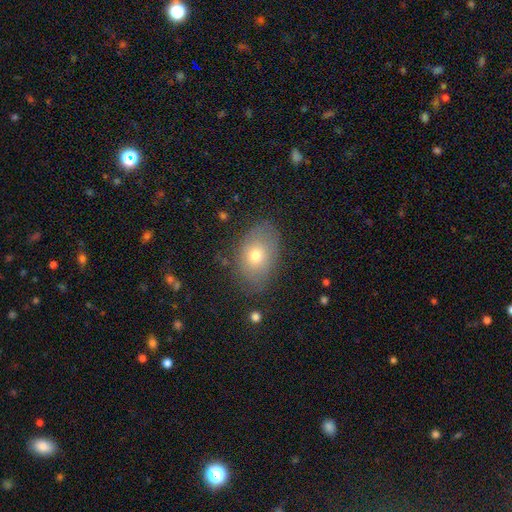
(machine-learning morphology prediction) Smooth or featured: smooth — 67% (featured or disk — 22%)
How rounded: in between — 82% (round — 16%)
Merging: none — 77% (minor disturbance — 17%)